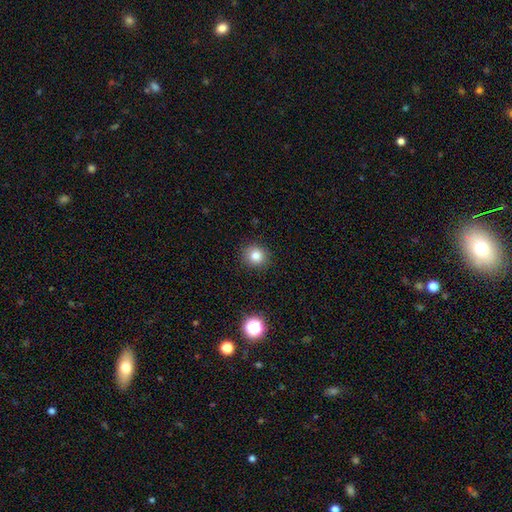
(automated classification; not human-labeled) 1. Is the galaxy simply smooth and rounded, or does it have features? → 81% smooth, 12% star or artifact, 7% featured or disk.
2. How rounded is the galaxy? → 88% round, 11% in between, 1% cigar-shaped.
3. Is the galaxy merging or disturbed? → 90% none, 7% minor disturbance, 2% major disturbance, 1% merger.